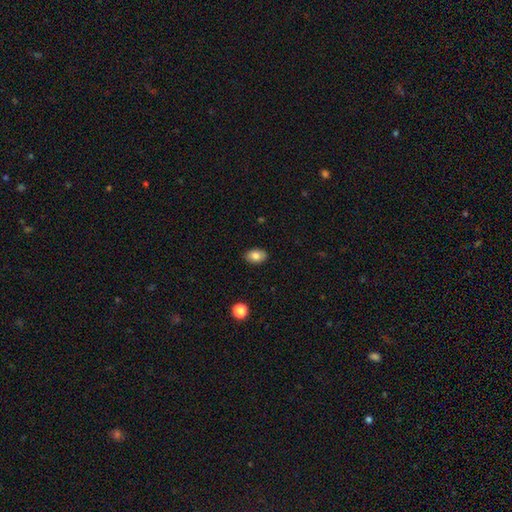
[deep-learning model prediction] Smooth or featured? smooth (81%)
How rounded? in between (85%)
Merging? none (88%)